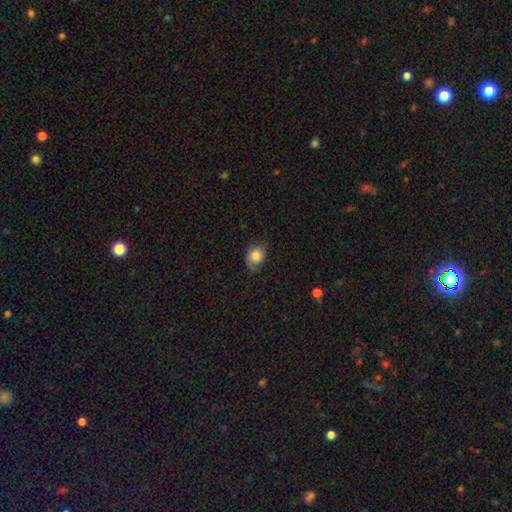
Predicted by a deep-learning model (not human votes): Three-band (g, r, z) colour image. It shows a smooth galaxy with no disk features (78%) that is round (51%). Merging: none (60%).